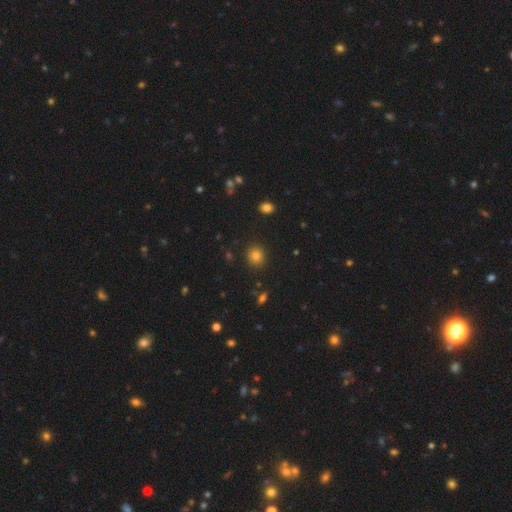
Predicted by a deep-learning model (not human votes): smooth_or_featured: smooth (p=0.82) [alt: star or artifact p=0.13]
how_rounded: round (p=0.79) [alt: in between p=0.20]
merging: none (p=0.89) [alt: minor disturbance p=0.07]